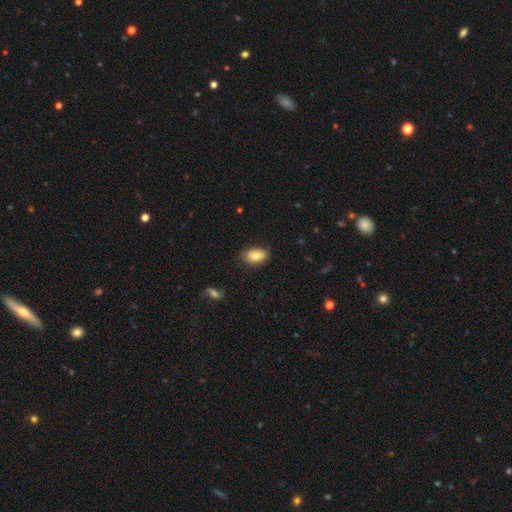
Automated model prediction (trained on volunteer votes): Smooth or featured?
  - smooth: 81% *
  - featured or disk: 11%
  - star or artifact: 7%
How rounded?
  - in between: 90% *
  - round: 8%
  - cigar-shaped: 1%
Merging?
  - none: 82% *
  - minor disturbance: 15%
  - major disturbance: 3%
  - merger: 1%